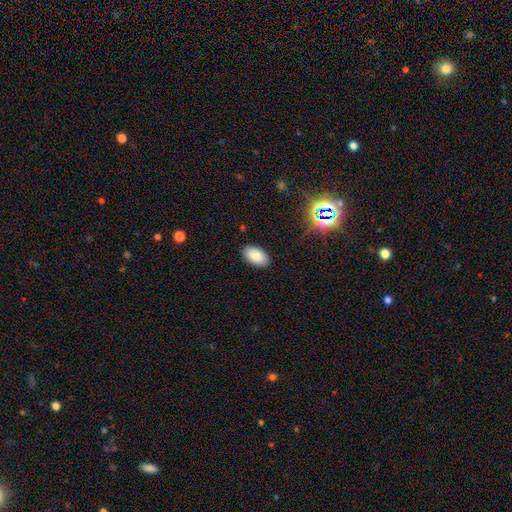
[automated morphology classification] This appears to be a smooth galaxy with no disk features (85%) that is in between round and cigar-shaped (94%). Merging: none (88%).